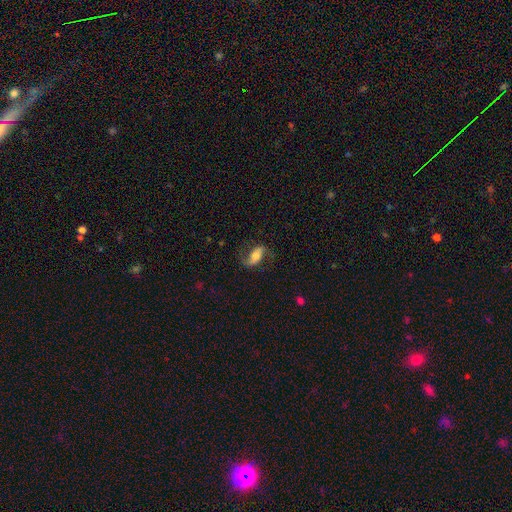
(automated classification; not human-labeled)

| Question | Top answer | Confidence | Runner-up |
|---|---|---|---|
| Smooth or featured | featured or disk | 73% | smooth (20%) |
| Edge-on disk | no | 92% | yes (8%) |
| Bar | strong | 36% | no (33%) |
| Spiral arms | yes | 93% | no (7%) |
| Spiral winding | loose | 67% | medium (25%) |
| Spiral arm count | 2 | 91% | 1 (3%) |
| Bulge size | moderate | 57% | small (24%) |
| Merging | none | 74% | minor disturbance (15%) |